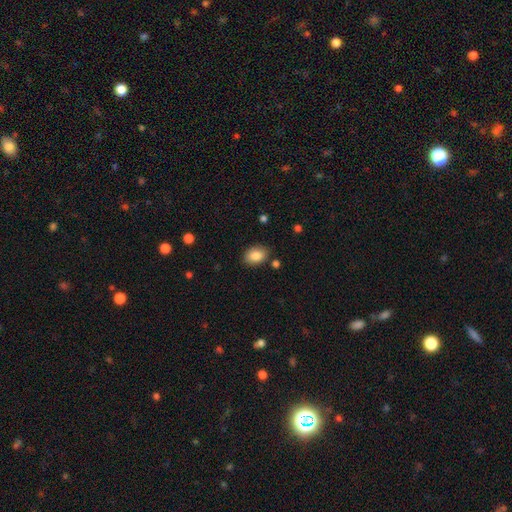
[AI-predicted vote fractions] This appears to be a smooth galaxy with no disk features (85%) that is in between round and cigar-shaped (80%). Merging: none (83%).